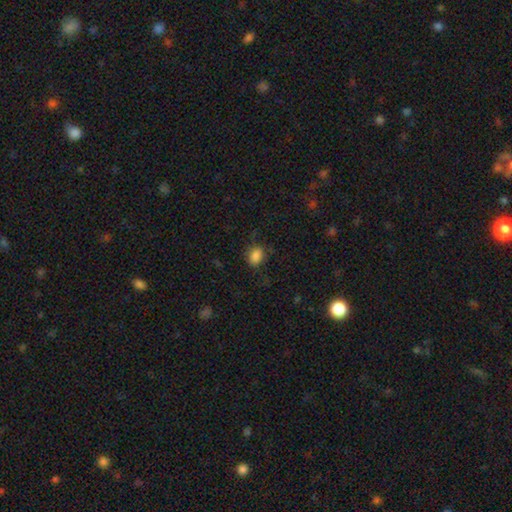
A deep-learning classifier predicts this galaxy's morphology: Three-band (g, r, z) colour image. It shows a smooth galaxy with no disk features (85%) that is in between round and cigar-shaped (67%). Merging: none (75%).